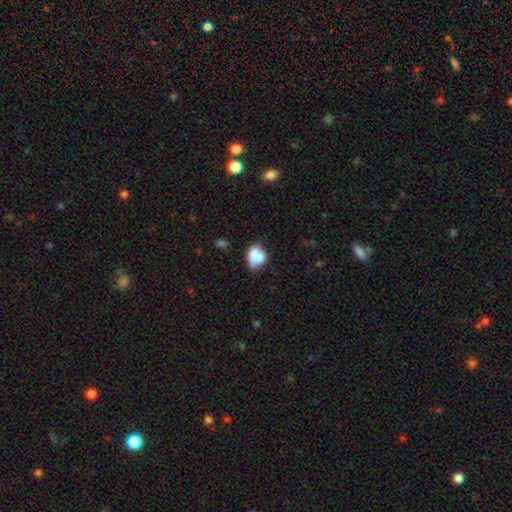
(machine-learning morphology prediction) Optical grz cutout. It shows a smooth galaxy with no disk features (68%) that is in between round and cigar-shaped (69%). Merging: none (34%).